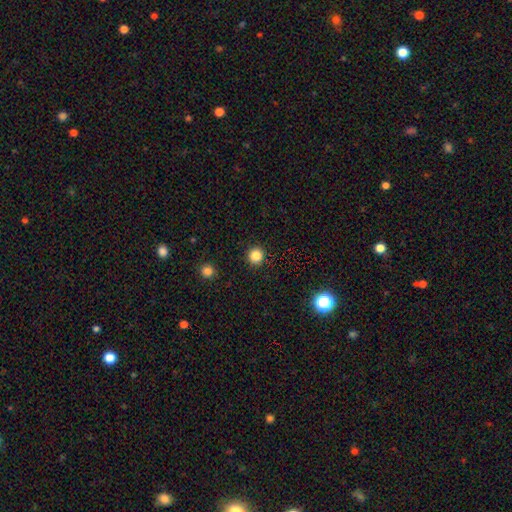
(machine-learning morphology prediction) smooth 84%, star or artifact 12%, featured or disk 4%. Down the decision tree: how rounded — round (94%); merging — none (93%).